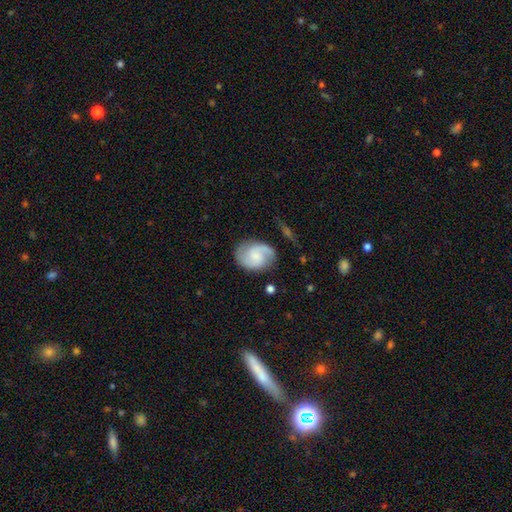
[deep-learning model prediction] Smooth or featured: featured or disk — 73% (smooth — 21%)
Edge-on disk: no — 98% (yes — 2%)
Bar: no — 49% (weak — 43%)
Spiral arms: yes — 96% (no — 4%)
Spiral winding: medium — 51% (loose — 25%)
Spiral arm count: 2 — 88% (can't tell — 5%)
Bulge size: small — 34% (none — 31%)
Merging: none — 76% (minor disturbance — 16%)